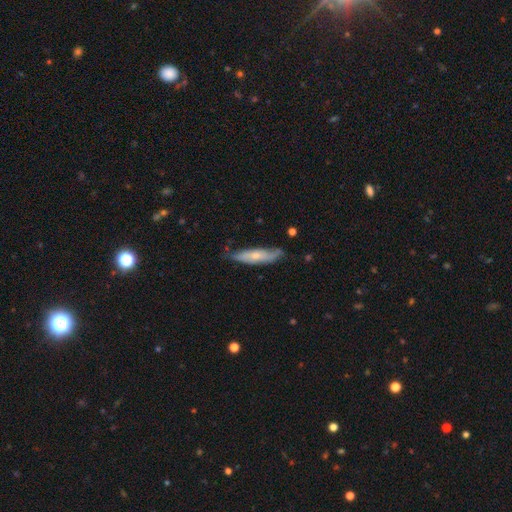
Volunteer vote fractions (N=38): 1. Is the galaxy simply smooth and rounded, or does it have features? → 55% smooth, 42% featured or disk, 3% star or artifact.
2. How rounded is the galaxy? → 62% cigar-shaped, 38% in between, 0% round.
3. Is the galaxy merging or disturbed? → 57% none, 38% minor disturbance, 3% major disturbance, 3% merger.